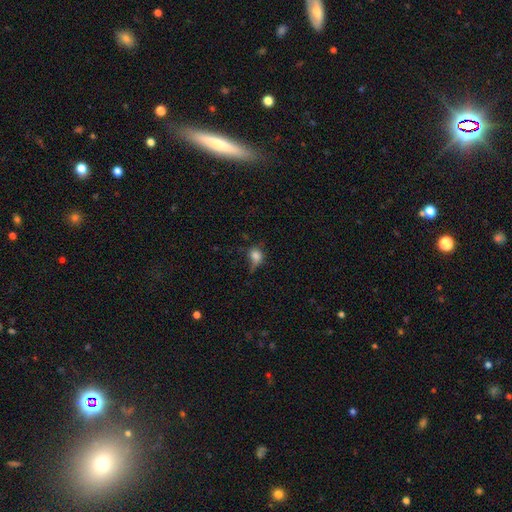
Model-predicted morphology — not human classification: Smooth or featured? Predicted: smooth (p=0.77). How rounded? Predicted: round (p=0.49). Merging? Predicted: none (p=0.35).